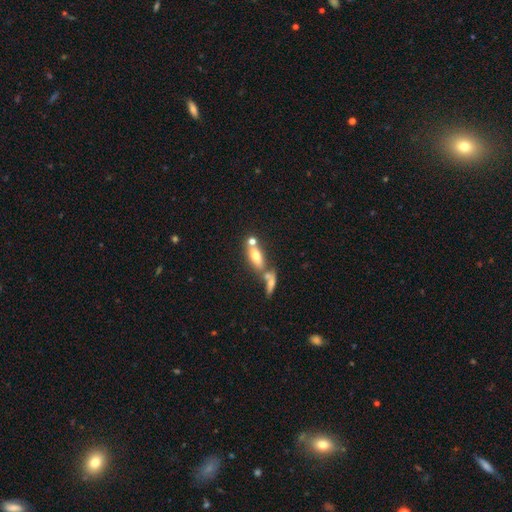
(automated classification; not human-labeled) Smooth or featured: smooth — 63% (featured or disk — 27%)
How rounded: in between — 69% (cigar-shaped — 25%)
Merging: merger — 43% (none — 41%)